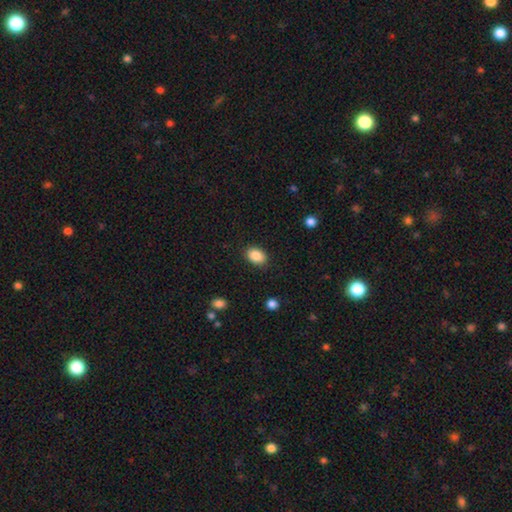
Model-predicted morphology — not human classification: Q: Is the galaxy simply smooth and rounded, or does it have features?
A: smooth — 87%.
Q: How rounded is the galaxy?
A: in between — 80%.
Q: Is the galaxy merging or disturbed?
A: none — 87%.